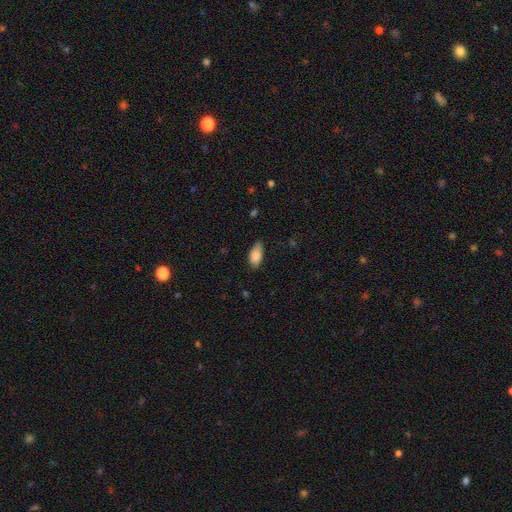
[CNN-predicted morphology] Q: Smooth or featured?
A: smooth (85%); runner-up: featured or disk (8%)
Q: How rounded?
A: in between (91%); runner-up: cigar-shaped (6%)
Q: Merging?
A: none (68%); runner-up: minor disturbance (26%)